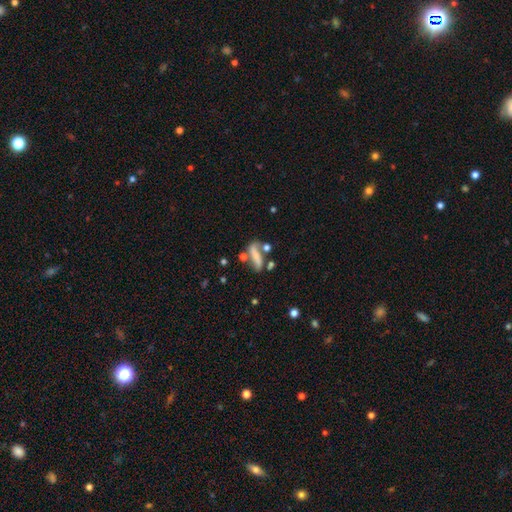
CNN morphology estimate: This is possibly a smooth galaxy (49%). Merging: marginally none (44%).